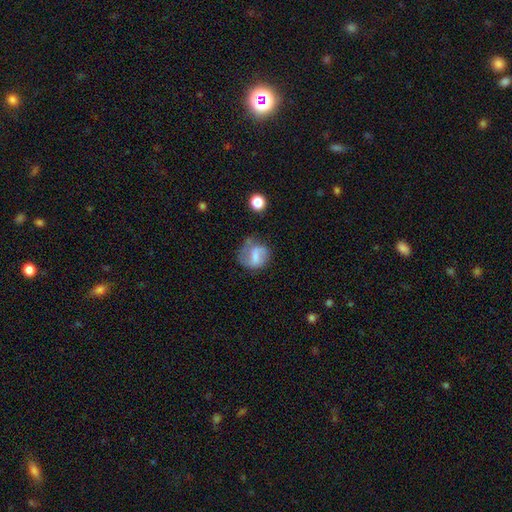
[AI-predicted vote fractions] Smooth or featured? Predicted: featured or disk (p=0.50). Merging? Predicted: none (p=0.47).